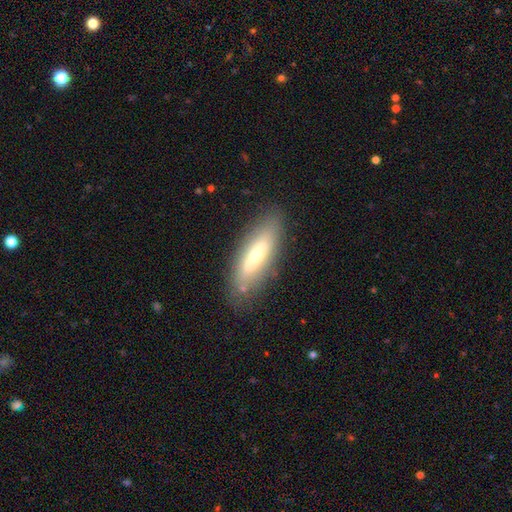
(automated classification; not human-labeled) This is possibly a smooth galaxy (52%). How rounded: likely cigar-shaped (61%). Merging: likely none (80%).